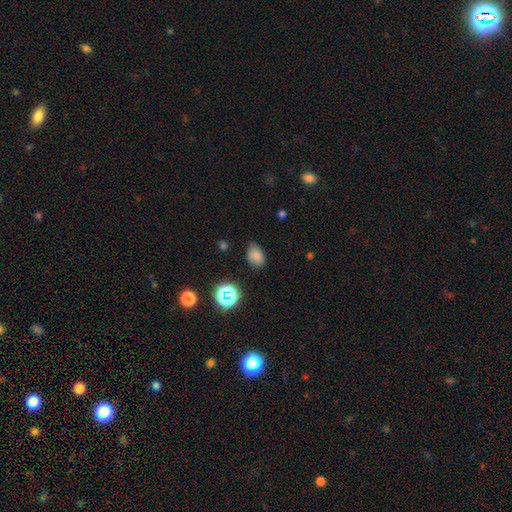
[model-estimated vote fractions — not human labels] Overall: smooth (79%). How rounded: in between (77%). Merging: none (72%).